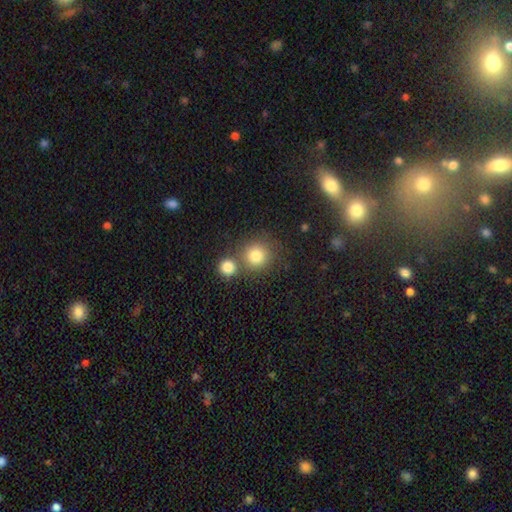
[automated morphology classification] Smooth or featured? smooth (81%)
How rounded? round (90%)
Merging? none (61%)